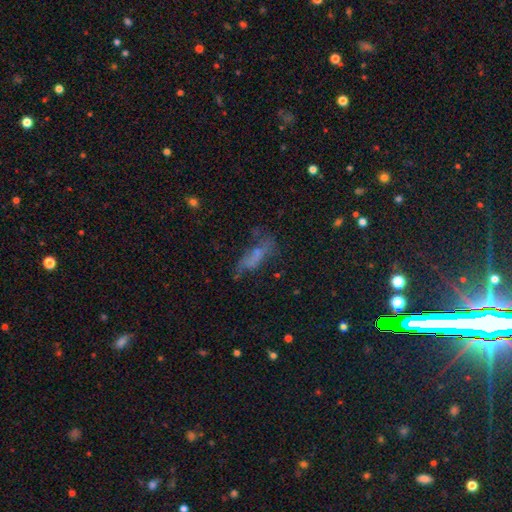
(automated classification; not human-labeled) A smooth galaxy with no disk features (48%).

Vote fractions:
- Smooth or featured? smooth: 48% / featured or disk: 34% / star or artifact: 18%
- Merging? none: 41% / major disturbance: 27% / minor disturbance: 24% / merger: 8%